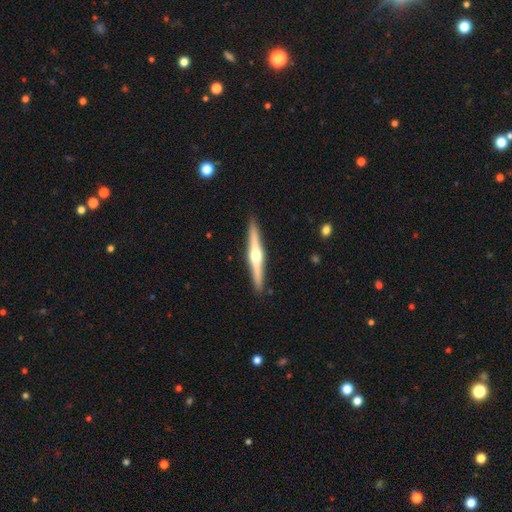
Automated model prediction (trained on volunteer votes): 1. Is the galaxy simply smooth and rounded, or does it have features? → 74% featured or disk, 21% smooth, 5% star or artifact.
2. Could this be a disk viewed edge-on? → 98% yes, 2% no.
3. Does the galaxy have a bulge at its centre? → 94% rounded, 4% none, 3% boxy.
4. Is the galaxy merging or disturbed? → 92% none, 6% minor disturbance, 1% major disturbance, 1% merger.